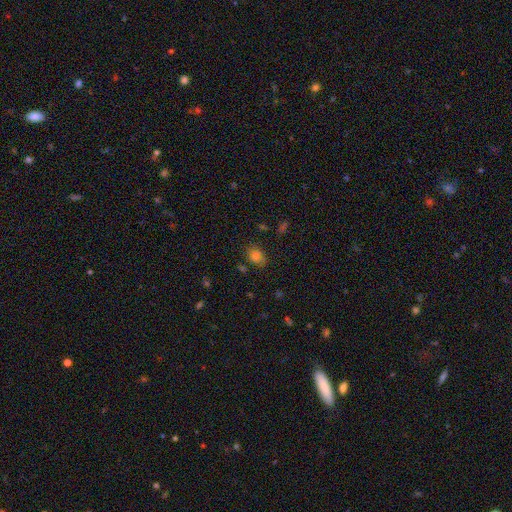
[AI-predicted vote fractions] A smooth galaxy with no disk features (78%) that is in between round and cigar-shaped (52%).

Vote fractions:
- Smooth or featured? smooth: 78% / star or artifact: 15% / featured or disk: 7%
- How rounded? in between: 52% / round: 47% / cigar-shaped: 1%
- Merging? none: 72% / minor disturbance: 18% / major disturbance: 5% / merger: 4%